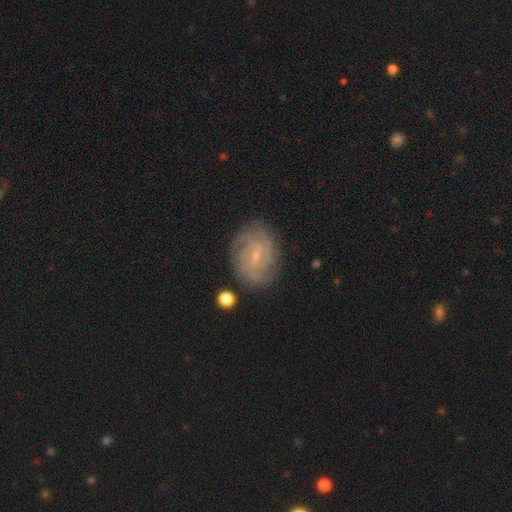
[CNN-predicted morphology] Smooth or featured: featured or disk — 82% (smooth — 10%)
Edge-on disk: no — 98% (yes — 2%)
Bar: no — 55% (weak — 37%)
Spiral arms: yes — 96% (no — 4%)
Spiral winding: tight — 67% (medium — 28%)
Spiral arm count: 2 — 26% (can't tell — 25%)
Bulge size: small — 82% (moderate — 13%)
Merging: none — 80% (minor disturbance — 14%)